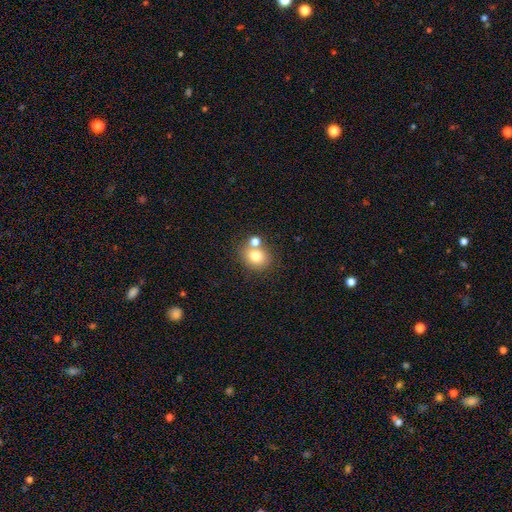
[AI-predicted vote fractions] A smooth galaxy with no disk features (76%) that is round (75%). Merging: none (59%).